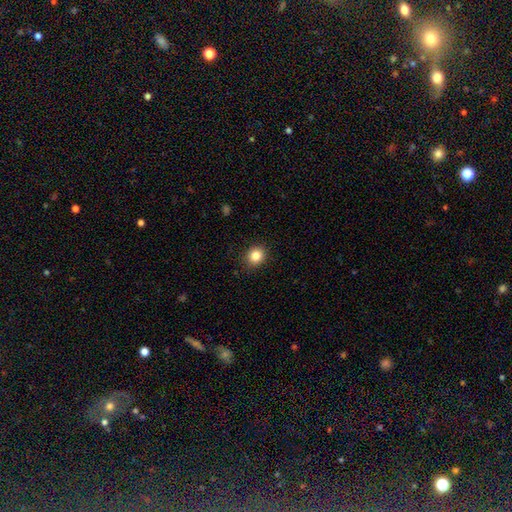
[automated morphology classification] Smooth or featured? smooth (84%)
How rounded? round (79%)
Merging? none (90%)